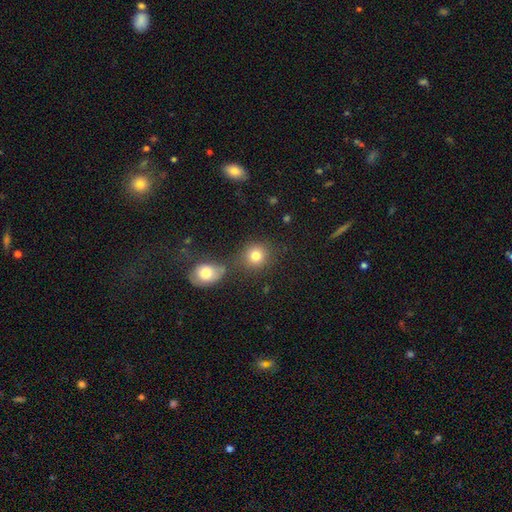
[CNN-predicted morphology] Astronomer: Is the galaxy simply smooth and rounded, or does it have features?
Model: smooth — 81%.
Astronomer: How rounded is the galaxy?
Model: round — 84%.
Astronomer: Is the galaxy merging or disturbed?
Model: none — 68%.